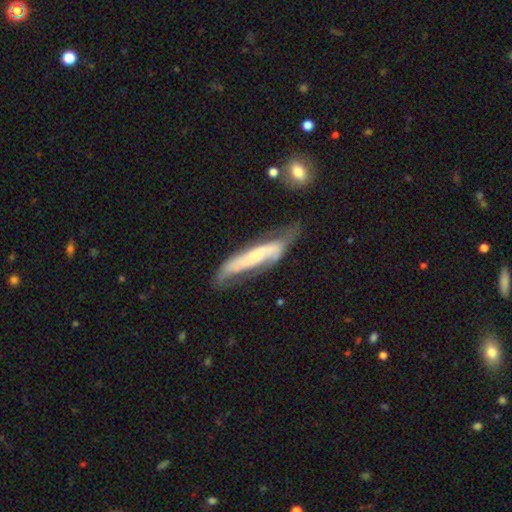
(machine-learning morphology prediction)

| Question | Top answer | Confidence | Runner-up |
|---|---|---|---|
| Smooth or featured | featured or disk | 66% | smooth (28%) |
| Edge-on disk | no | 64% | yes (36%) |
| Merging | none | 41% | minor disturbance (31%) |